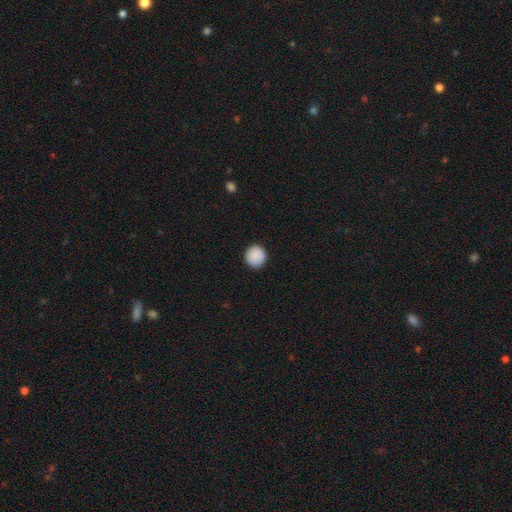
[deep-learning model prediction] Smooth or featured? Predicted: smooth (p=0.90). How rounded? Predicted: round (p=0.93). Merging? Predicted: none (p=0.92).